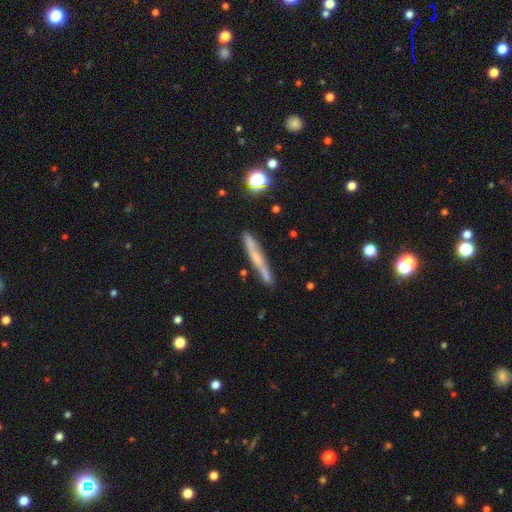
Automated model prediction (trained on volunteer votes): Overall: featured or disk (47%; smooth 44%). Merging: none (81%).